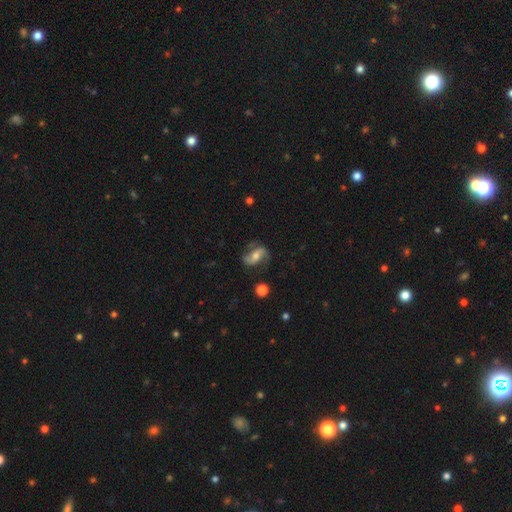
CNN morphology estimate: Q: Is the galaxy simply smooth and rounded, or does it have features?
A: featured or disk — 78%.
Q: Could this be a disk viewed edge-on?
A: no — 96%.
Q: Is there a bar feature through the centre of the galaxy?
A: no — 40%.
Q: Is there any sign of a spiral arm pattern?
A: yes — 94%.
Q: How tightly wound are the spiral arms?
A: loose — 52%.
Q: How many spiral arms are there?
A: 2 — 90%.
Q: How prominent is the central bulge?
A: moderate — 59%.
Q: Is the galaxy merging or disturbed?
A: none — 72%.